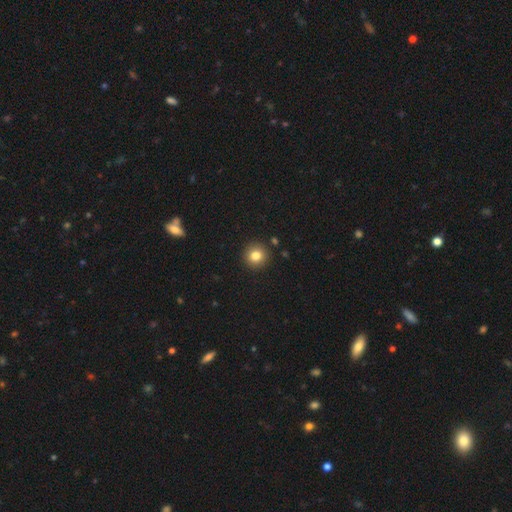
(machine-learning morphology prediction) type=smooth (81%); roundness=round (94%); merging=none (91%).